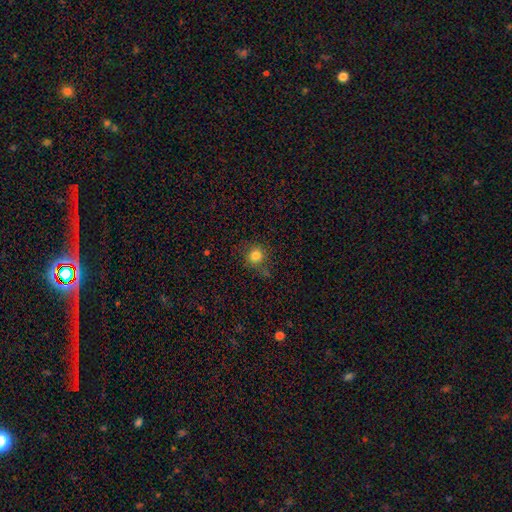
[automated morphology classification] Smooth or featured? Predicted: smooth (p=0.80). How rounded? Predicted: round (p=0.90). Merging? Predicted: none (p=0.76).